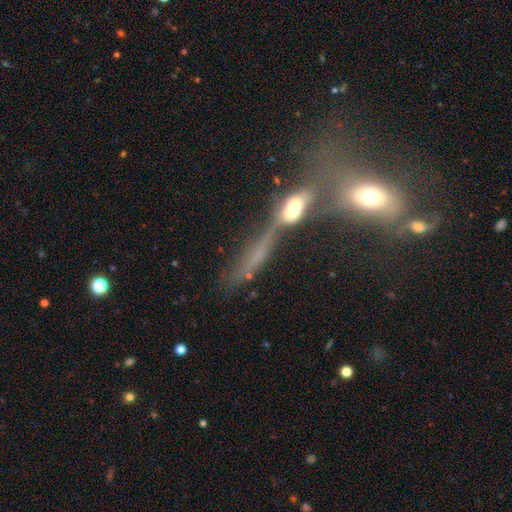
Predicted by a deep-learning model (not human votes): Overall: featured or disk (47%; smooth 37%). Merging: merger (42%; none 28%).